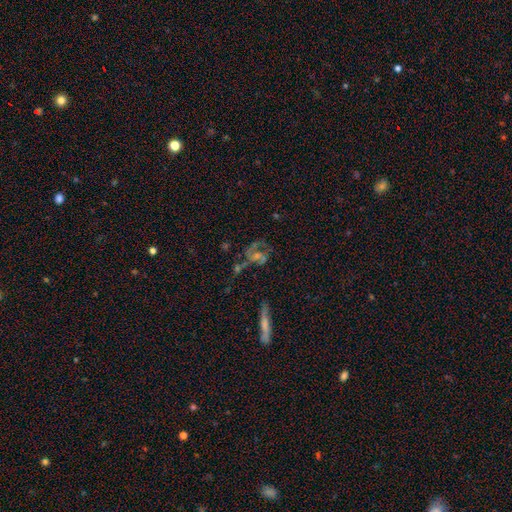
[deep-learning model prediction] smooth_or_featured: featured or disk (p=0.70) [alt: star or artifact p=0.17]
disk_edge_on: no (p=0.94) [alt: yes p=0.06]
bar: no (p=0.59) [alt: weak p=0.30]
has_spiral_arms: yes (p=0.81) [alt: no p=0.19]
spiral_winding: medium (p=0.48) [alt: tight p=0.27]
spiral_arm_count: 2 (p=0.66) [alt: can't tell p=0.16]
bulge_size: small (p=0.40) [alt: moderate p=0.39]
merging: none (p=0.52) [alt: major disturbance p=0.18]